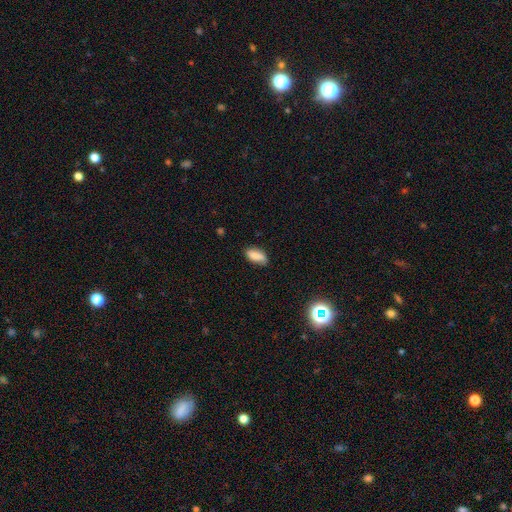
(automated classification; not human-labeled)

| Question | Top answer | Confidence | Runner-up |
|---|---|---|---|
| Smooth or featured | smooth | 83% | featured or disk (9%) |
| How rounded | in between | 87% | cigar-shaped (10%) |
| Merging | none | 72% | minor disturbance (22%) |